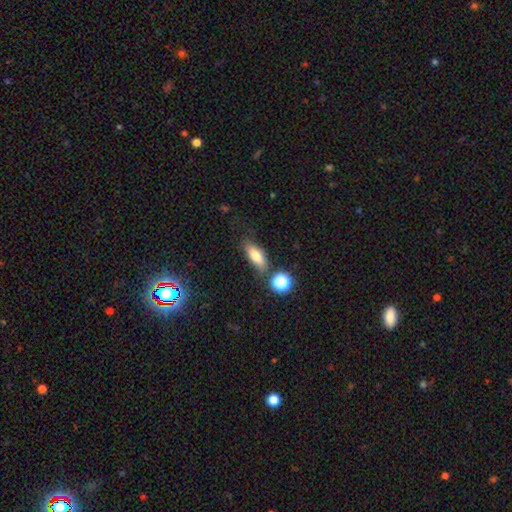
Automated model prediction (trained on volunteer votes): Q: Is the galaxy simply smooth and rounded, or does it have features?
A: smooth — 77%.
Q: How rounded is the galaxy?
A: in between — 69%.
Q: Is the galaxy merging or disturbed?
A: none — 70%.